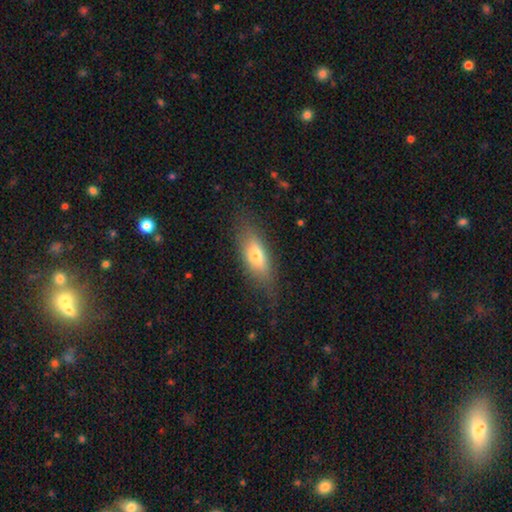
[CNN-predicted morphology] Smooth or featured? Predicted: smooth (p=0.67). How rounded? Predicted: in between (p=0.70). Merging? Predicted: none (p=0.71).